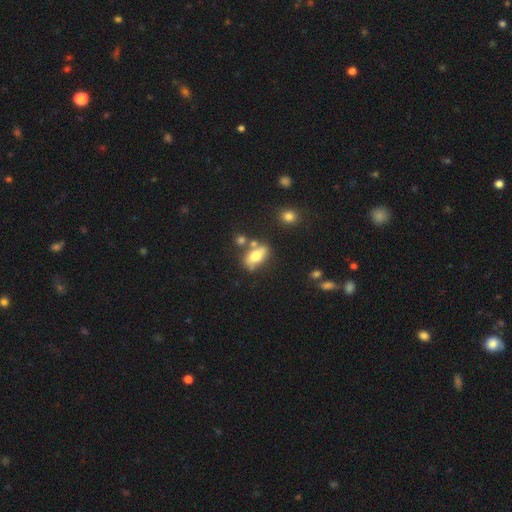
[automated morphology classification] This is likely a smooth galaxy (64%). How rounded: clearly in between (83%). Merging: possibly none (59%).